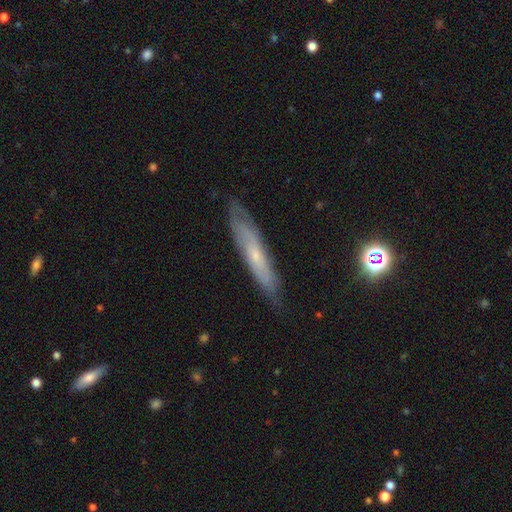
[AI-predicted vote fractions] Smooth or featured? Predicted: featured or disk (p=0.54). Edge-on disk? Predicted: yes (p=0.61). Merging? Predicted: none (p=0.79).